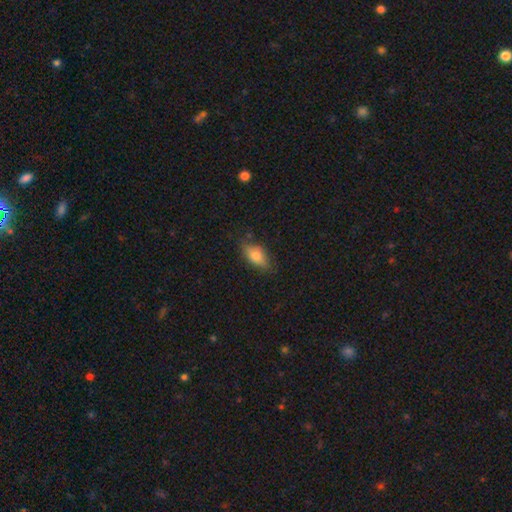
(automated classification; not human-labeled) Q: Smooth or featured?
A: smooth (75%); runner-up: featured or disk (17%)
Q: How rounded?
A: in between (86%); runner-up: cigar-shaped (9%)
Q: Merging?
A: none (73%); runner-up: minor disturbance (21%)